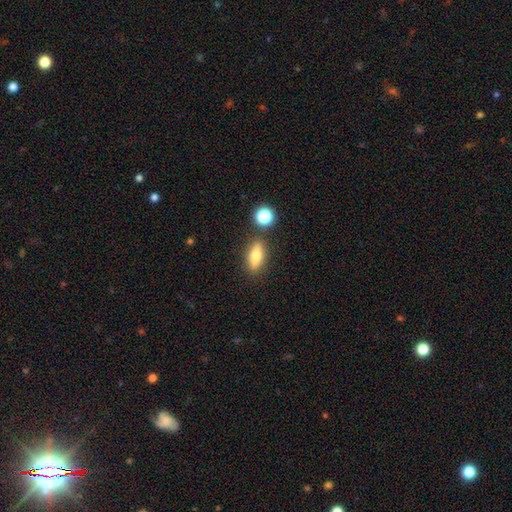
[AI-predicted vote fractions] smooth_or_featured: smooth (p=0.67) [alt: featured or disk p=0.24]
how_rounded: in between (p=0.66) [alt: cigar-shaped p=0.27]
merging: none (p=0.83) [alt: minor disturbance p=0.09]